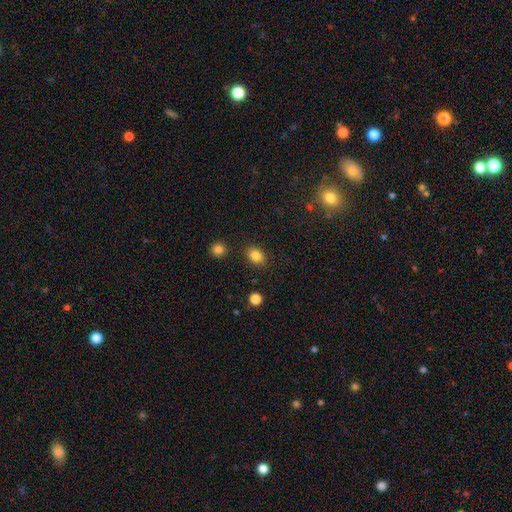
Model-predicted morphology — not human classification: Smooth or featured? smooth (84%)
How rounded? in between (61%)
Merging? none (87%)